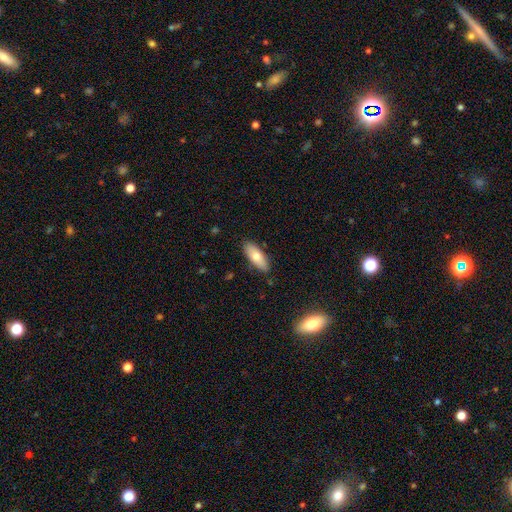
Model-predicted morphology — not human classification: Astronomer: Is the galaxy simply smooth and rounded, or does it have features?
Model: smooth — 72%.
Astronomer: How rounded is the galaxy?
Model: in between — 72%.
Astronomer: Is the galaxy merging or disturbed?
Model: none — 86%.